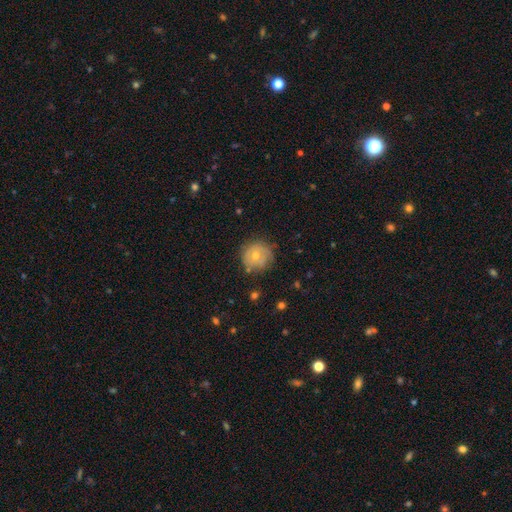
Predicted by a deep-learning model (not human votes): Smooth or featured? Predicted: smooth (p=0.58). How rounded? Predicted: round (p=0.91). Merging? Predicted: none (p=0.74).